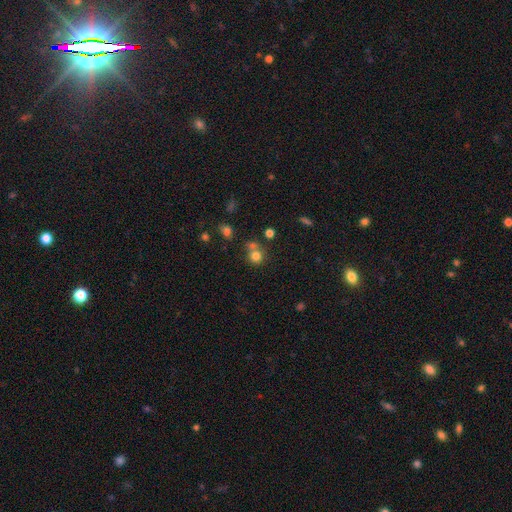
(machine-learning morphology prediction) Overall: smooth (77%). How rounded: round (86%). Merging: none (54%; merger 32%).